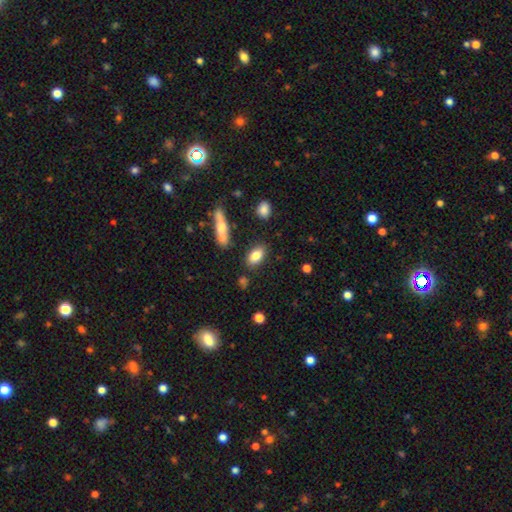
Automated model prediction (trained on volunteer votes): smooth-or-featured: smooth: 82% | featured or disk: 11% | star or artifact: 7%
  how-rounded: in between: 86% | cigar-shaped: 8% | round: 6%
  merging: none: 82% | minor disturbance: 12% | merger: 4% | major disturbance: 3%